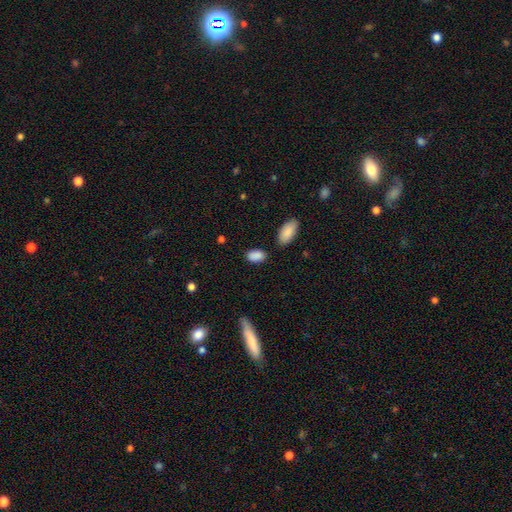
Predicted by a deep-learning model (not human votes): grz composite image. It shows a smooth galaxy with no disk features (89%) that is in between round and cigar-shaped (92%). Merging: none (77%).